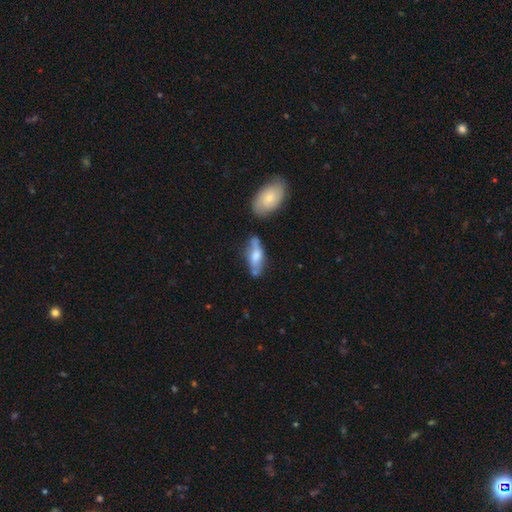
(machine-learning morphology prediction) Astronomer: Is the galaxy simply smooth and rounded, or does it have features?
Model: smooth — 55% (runner-up: featured or disk, 38%).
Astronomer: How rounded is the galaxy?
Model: in between — 61% (runner-up: cigar-shaped, 37%).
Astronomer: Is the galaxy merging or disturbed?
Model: none — 62%.